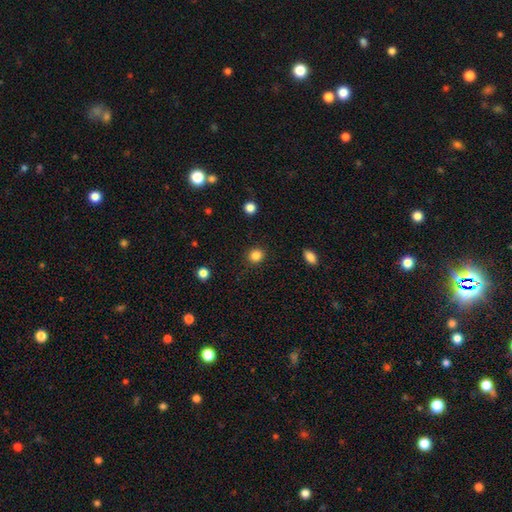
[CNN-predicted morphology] The model was most divided on "how rounded": round: 80%, in between: 19%, cigar-shaped: 1%. More confident: merging — none (88%); smooth or featured — smooth (85%).